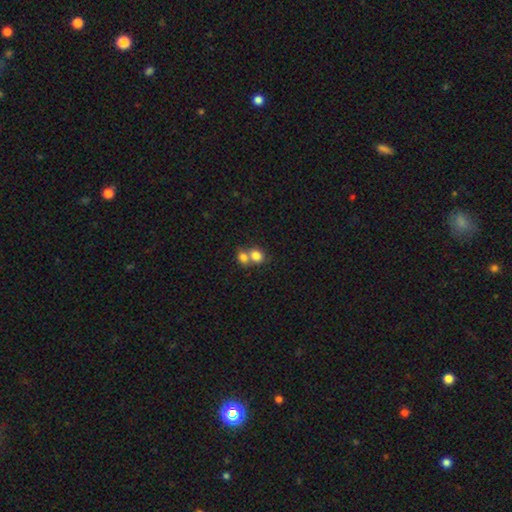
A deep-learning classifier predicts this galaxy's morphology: Q: Smooth or featured?
A: smooth (80%); runner-up: featured or disk (11%)
Q: How rounded?
A: round (60%); runner-up: in between (39%)
Q: Merging?
A: merger (61%); runner-up: none (30%)